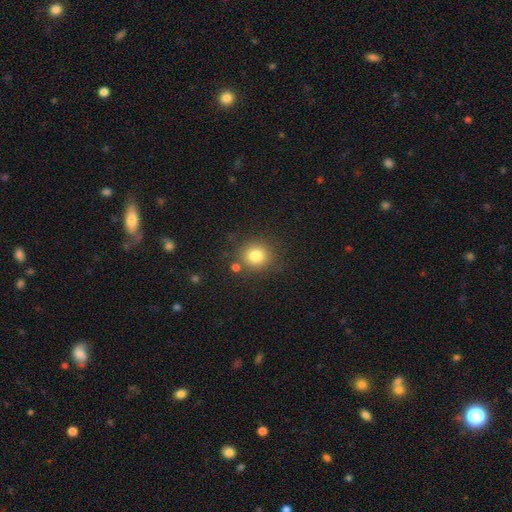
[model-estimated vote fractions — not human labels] smooth_or_featured: smooth (p=0.81) [alt: star or artifact p=0.12]
how_rounded: round (p=0.86) [alt: in between p=0.13]
merging: none (p=0.80) [alt: minor disturbance p=0.10]